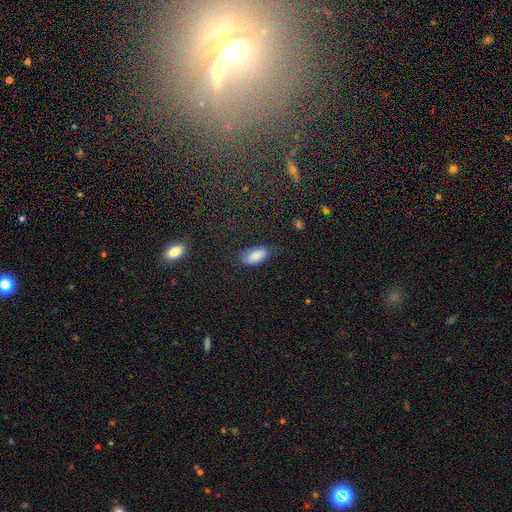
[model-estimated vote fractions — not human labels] smooth_or_featured: smooth (p=0.84) [alt: featured or disk p=0.08]
how_rounded: in between (p=0.93) [alt: cigar-shaped p=0.05]
merging: none (p=0.68) [alt: minor disturbance p=0.23]